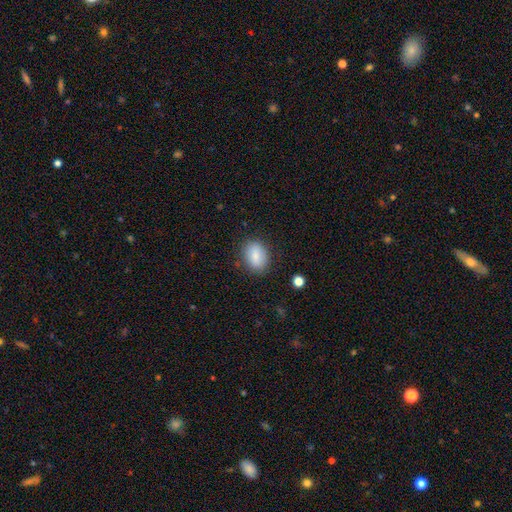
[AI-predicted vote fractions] The model was most divided on "how rounded": in between: 76%, round: 23%, cigar-shaped: 1%. More confident: smooth or featured — smooth (84%); merging — none (84%).